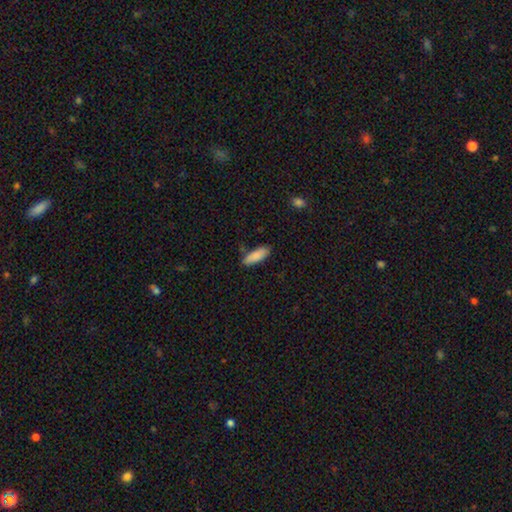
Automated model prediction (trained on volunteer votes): Smooth or featured?
  - smooth: 87% *
  - featured or disk: 7%
  - star or artifact: 6%
How rounded?
  - in between: 65% *
  - cigar-shaped: 34%
  - round: 2%
Merging?
  - none: 80% *
  - minor disturbance: 14%
  - major disturbance: 3%
  - merger: 3%